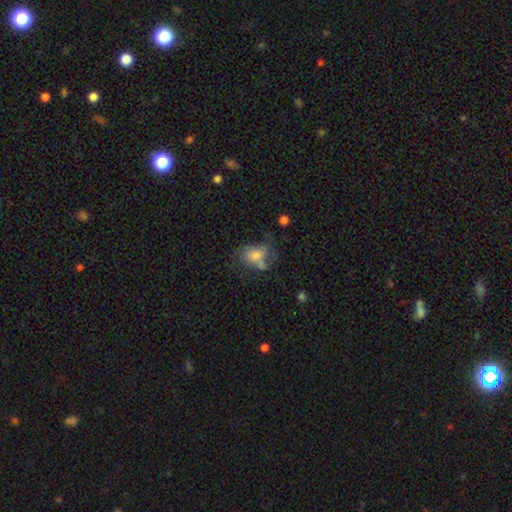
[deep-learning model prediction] This appears to be a smooth galaxy with no disk features (66%) that is in between round and cigar-shaped (69%). Merging: none (37%).